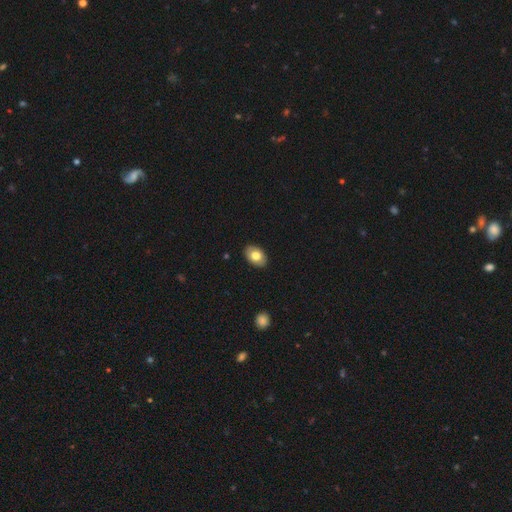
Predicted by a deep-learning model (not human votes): Morphology: type=smooth (76%); roundness=in between (85%); merging=none (88%).